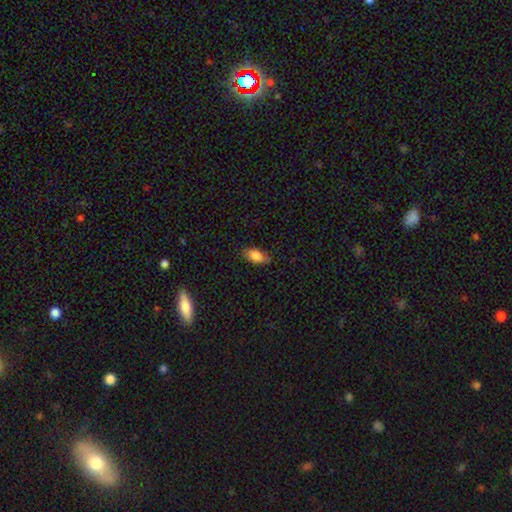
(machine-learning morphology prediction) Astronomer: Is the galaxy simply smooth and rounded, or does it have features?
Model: smooth — 83%.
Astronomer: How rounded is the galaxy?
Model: in between — 90%.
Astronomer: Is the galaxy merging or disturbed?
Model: none — 79%.